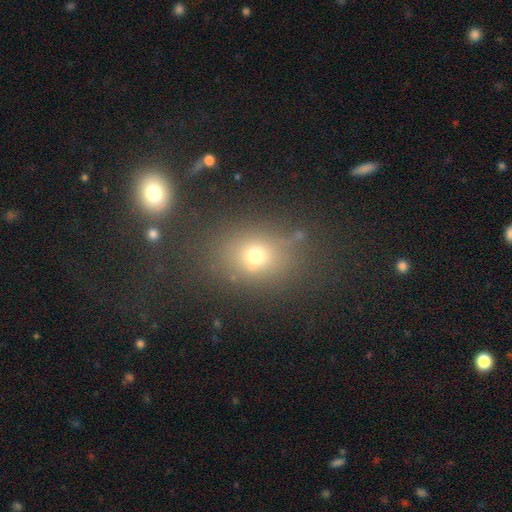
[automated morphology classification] type=smooth (66%); roundness=round (50%); merging=none (76%).